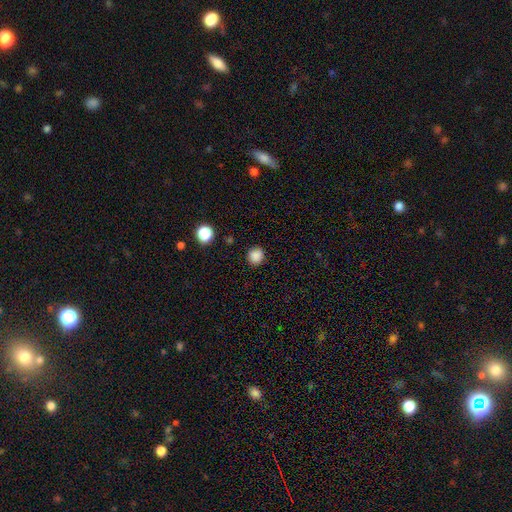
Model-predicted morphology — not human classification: Smooth or featured?
  - smooth: 85% *
  - star or artifact: 12%
  - featured or disk: 3%
How rounded?
  - round: 88% *
  - in between: 11%
  - cigar-shaped: 1%
Merging?
  - none: 89% *
  - minor disturbance: 7%
  - major disturbance: 2%
  - merger: 2%